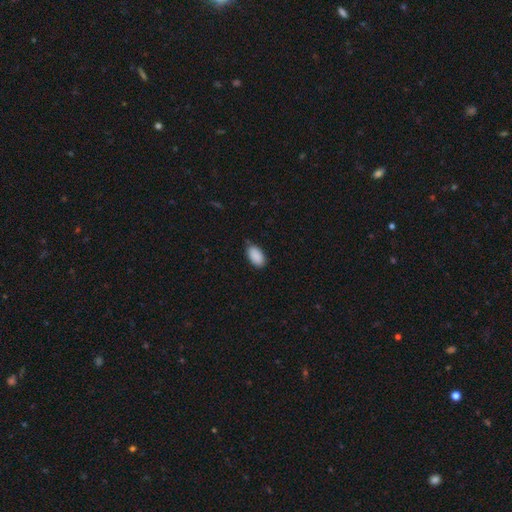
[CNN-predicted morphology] Q: Smooth or featured?
A: smooth (90%); runner-up: star or artifact (7%)
Q: How rounded?
A: in between (95%); runner-up: round (3%)
Q: Merging?
A: none (80%); runner-up: minor disturbance (17%)